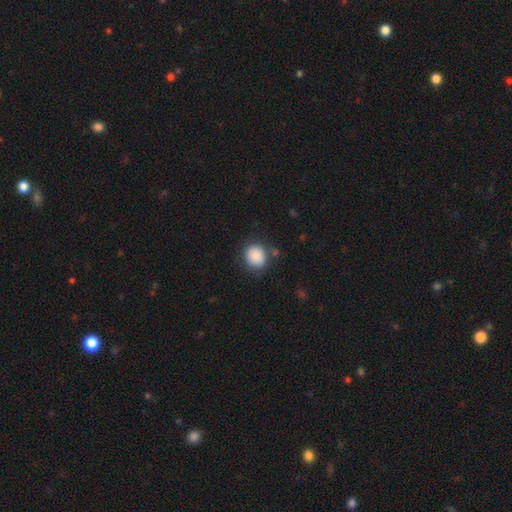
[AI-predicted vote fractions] The model was most divided on "how rounded": round: 76%, in between: 23%, cigar-shaped: 1%. More confident: smooth or featured — smooth (88%); merging — none (79%).